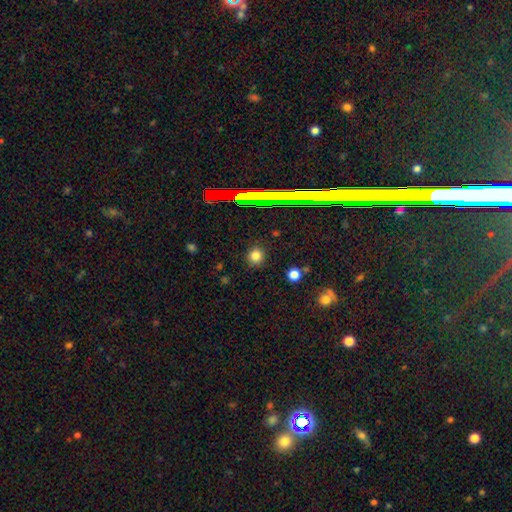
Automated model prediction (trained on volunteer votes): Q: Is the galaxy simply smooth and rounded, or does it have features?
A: smooth — 80%.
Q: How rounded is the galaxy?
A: round — 83%.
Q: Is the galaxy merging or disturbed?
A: none — 89%.